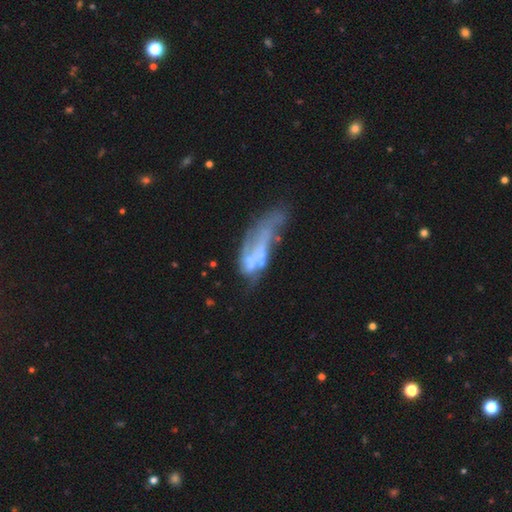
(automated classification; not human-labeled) The model was most divided on "merging": major disturbance: 35%, none: 26%, merger: 20%, minor disturbance: 20%. More confident: edge-on disk — no (87%); smooth or featured — featured or disk (57%).